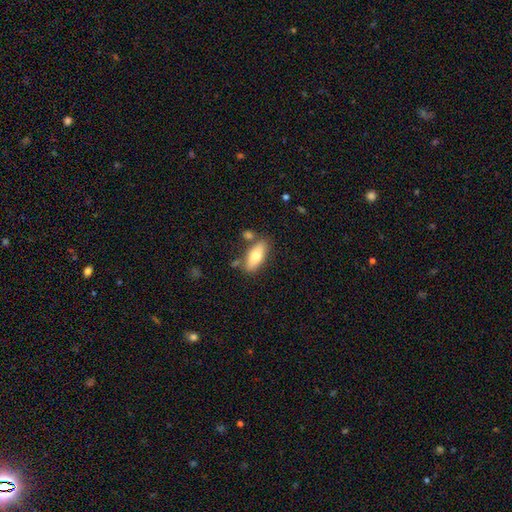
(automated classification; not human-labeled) This is likely a smooth galaxy (73%). How rounded: likely in between (76%). Merging: likely none (73%).